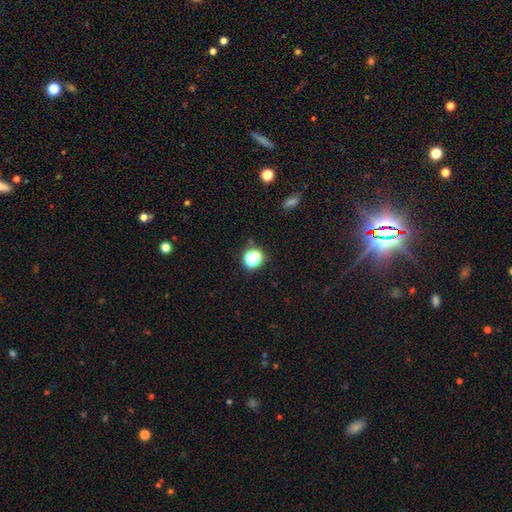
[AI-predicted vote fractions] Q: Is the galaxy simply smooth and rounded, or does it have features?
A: smooth — 65%.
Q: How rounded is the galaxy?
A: round — 84%.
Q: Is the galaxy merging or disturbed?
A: none — 80%.